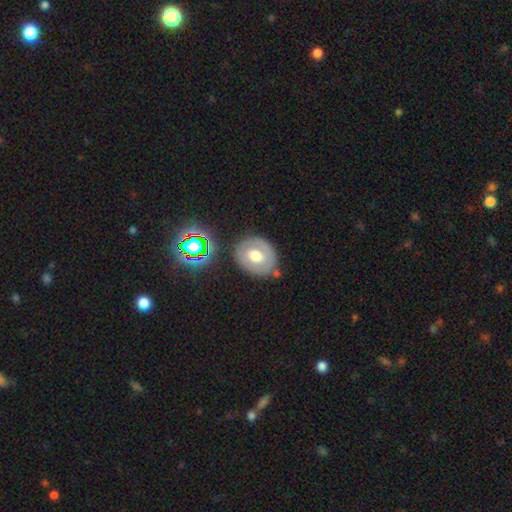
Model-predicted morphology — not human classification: This appears to be a smooth galaxy with no disk features (50%) that is round (58%). Merging: none (79%).